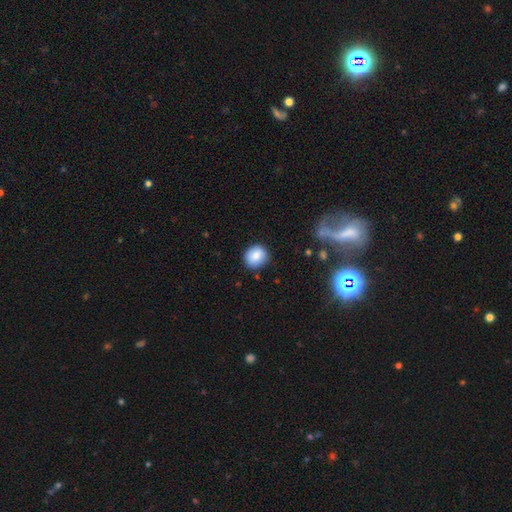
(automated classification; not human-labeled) A smooth galaxy with no disk features (84%) that is round (83%).

Vote fractions:
- Smooth or featured? smooth: 84% / star or artifact: 8% / featured or disk: 7%
- How rounded? round: 83% / in between: 16% / cigar-shaped: 1%
- Merging? none: 86% / minor disturbance: 10% / major disturbance: 2% / merger: 2%